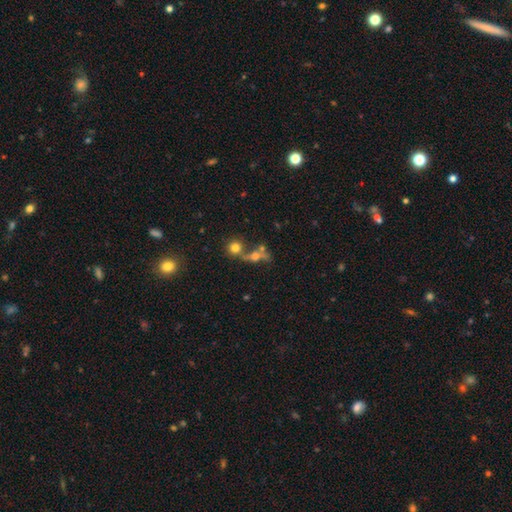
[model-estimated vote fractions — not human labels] Q: Smooth or featured?
A: smooth (45%); runner-up: featured or disk (35%)
Q: Merging?
A: merger (41%); runner-up: none (36%)